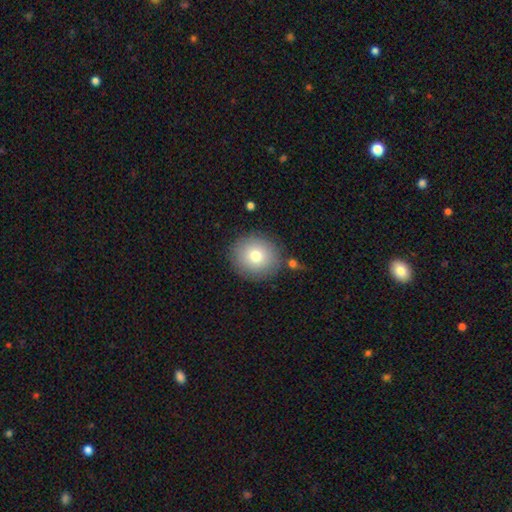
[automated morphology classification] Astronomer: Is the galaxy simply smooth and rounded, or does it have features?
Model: smooth — 77%.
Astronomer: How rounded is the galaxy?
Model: round — 91%.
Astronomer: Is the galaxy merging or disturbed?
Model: none — 85%.